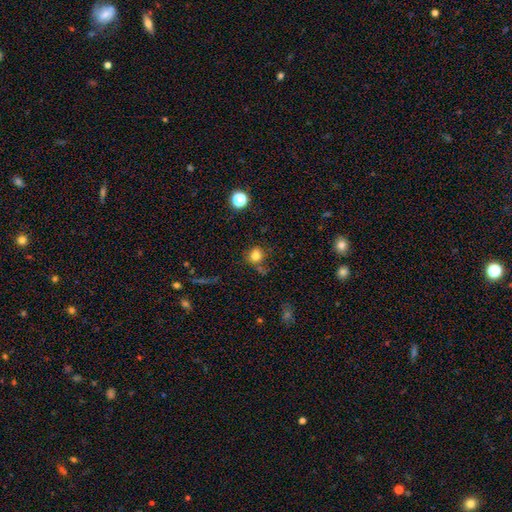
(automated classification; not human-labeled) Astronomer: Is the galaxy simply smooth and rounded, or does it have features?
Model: smooth — 79%.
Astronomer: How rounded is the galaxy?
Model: round — 68%.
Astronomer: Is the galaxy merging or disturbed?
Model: none — 66%.